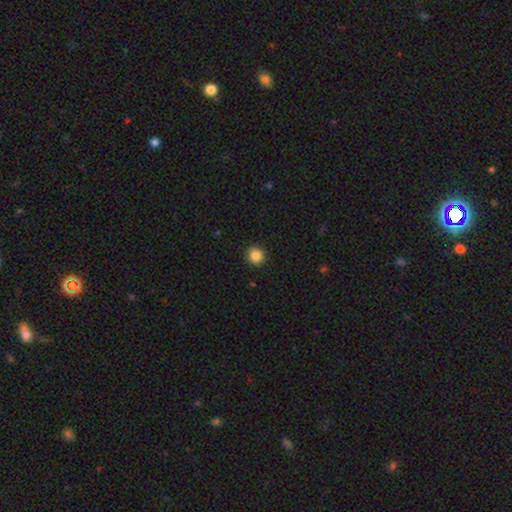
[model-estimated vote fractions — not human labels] Smooth or featured? Predicted: smooth (p=0.87). How rounded? Predicted: round (p=0.93). Merging? Predicted: none (p=0.92).